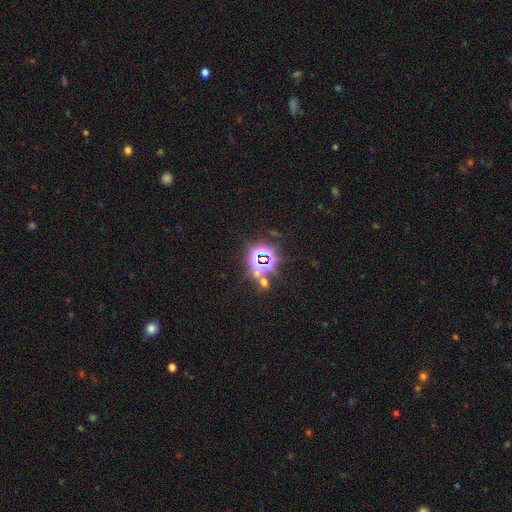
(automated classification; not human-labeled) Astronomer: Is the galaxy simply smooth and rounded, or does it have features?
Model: star or artifact — 78%.